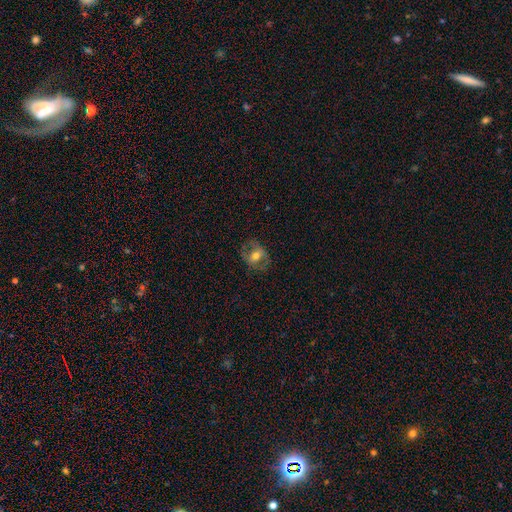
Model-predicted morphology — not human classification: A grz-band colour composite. It shows a featured or disk galaxy (49%). Merging: none (68%).